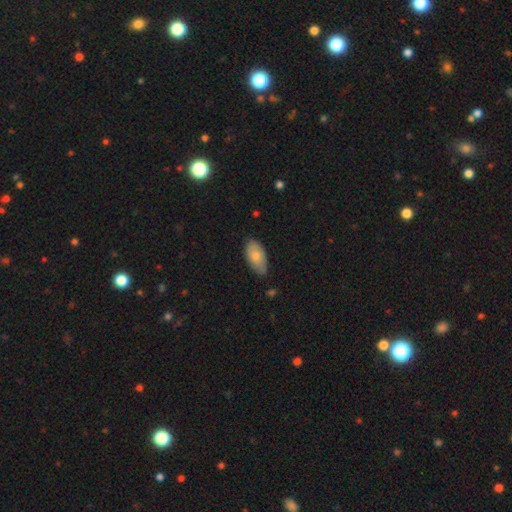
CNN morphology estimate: A smooth galaxy with no disk features (74%) that is in between round and cigar-shaped (93%).

Vote fractions:
- Smooth or featured? smooth: 74% / featured or disk: 20% / star or artifact: 6%
- How rounded? in between: 93% / cigar-shaped: 4% / round: 3%
- Merging? none: 74% / minor disturbance: 21% / major disturbance: 3% / merger: 1%